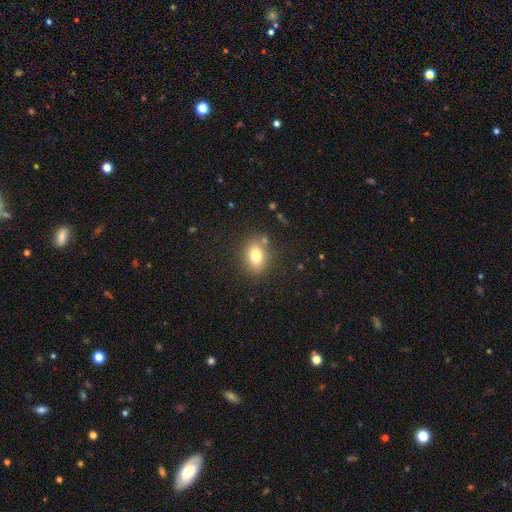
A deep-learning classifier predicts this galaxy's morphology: Overall: smooth (76%). How rounded: in between (66%; round 32%). Merging: none (79%).